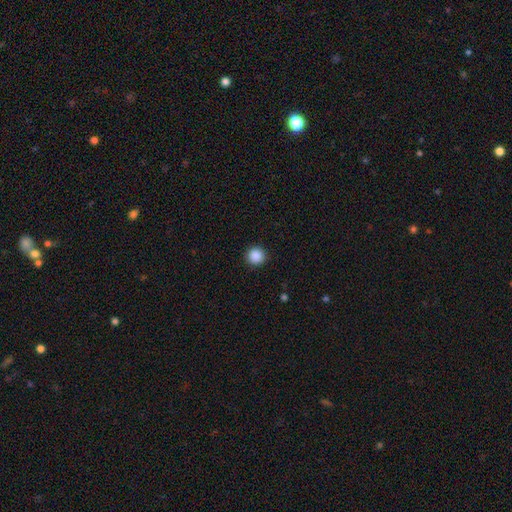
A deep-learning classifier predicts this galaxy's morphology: Q: Smooth or featured?
A: smooth (88%); runner-up: star or artifact (10%)
Q: How rounded?
A: round (95%); runner-up: in between (4%)
Q: Merging?
A: none (92%); runner-up: minor disturbance (5%)